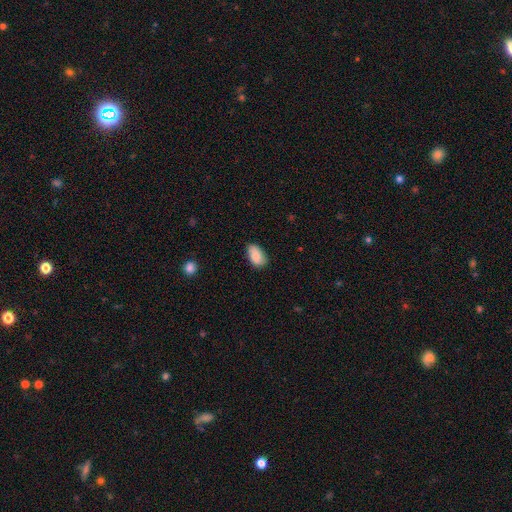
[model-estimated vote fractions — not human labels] Morphology: type=smooth (86%); roundness=in between (93%); merging=none (76%).